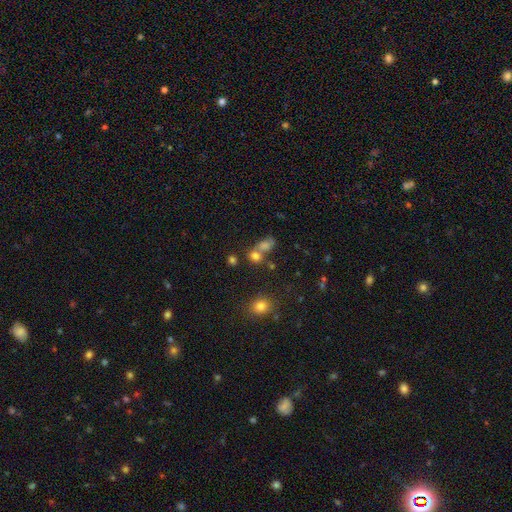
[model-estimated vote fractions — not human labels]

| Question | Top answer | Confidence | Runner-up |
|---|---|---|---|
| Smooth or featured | smooth | 72% | star or artifact (17%) |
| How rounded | round | 63% | in between (35%) |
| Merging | merger | 43% | none (42%) |